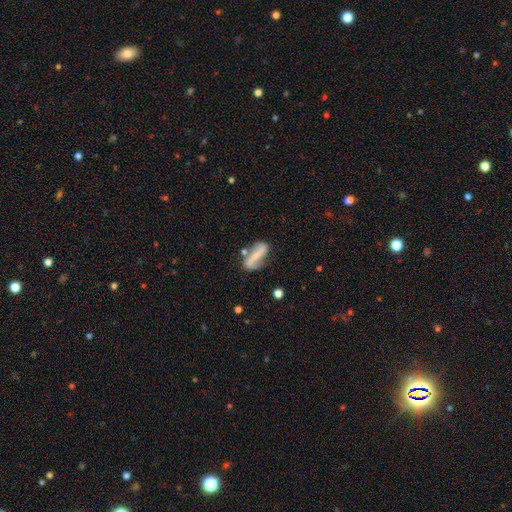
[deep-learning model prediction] This appears to be a featured or disk galaxy (64%) with a strong bar (59%), spiral arms (78%) and a small central bulge (52%). Merging: none (59%).